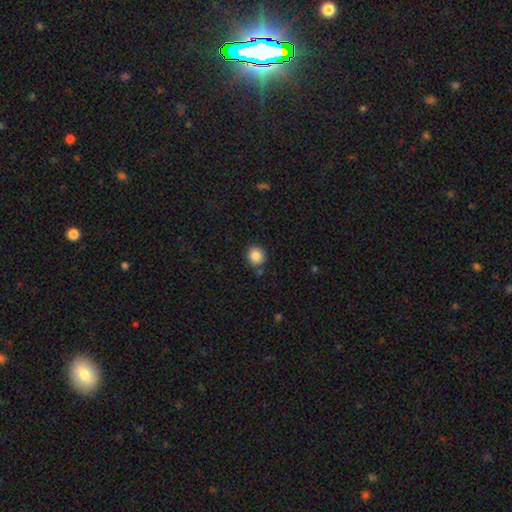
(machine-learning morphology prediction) type=smooth (86%); roundness=round (81%); merging=none (85%).